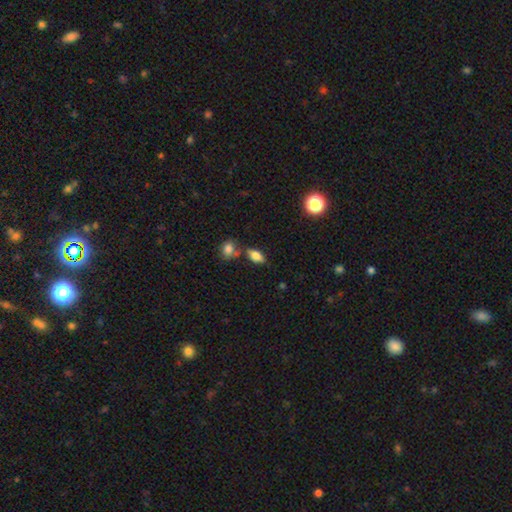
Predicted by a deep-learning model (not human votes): Morphology: type=smooth (77%); roundness=in between (86%); merging=none (65%).